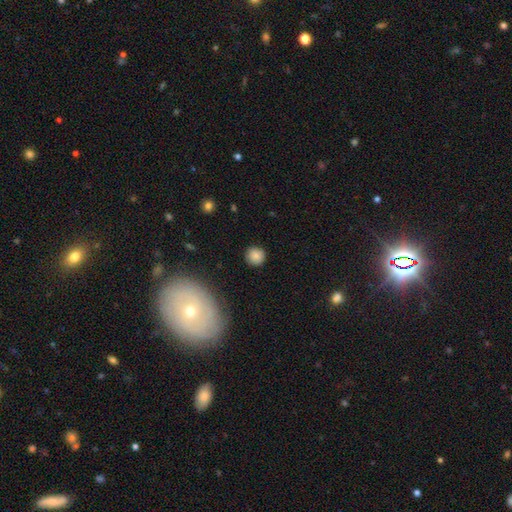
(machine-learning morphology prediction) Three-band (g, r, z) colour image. It shows a smooth galaxy with no disk features (84%) that is round (93%). Merging: none (89%).